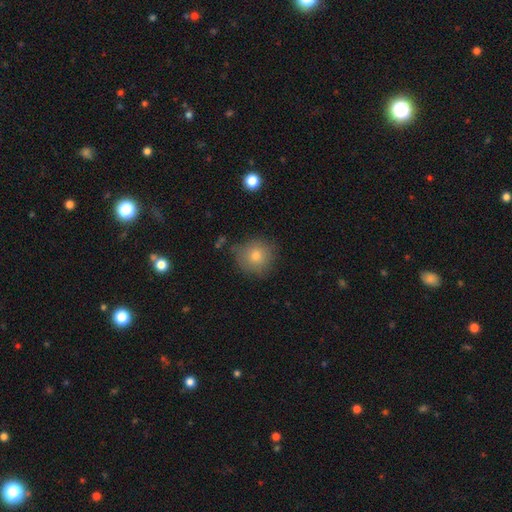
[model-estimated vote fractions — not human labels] smooth 78%, star or artifact 12%, featured or disk 11%. Down the decision tree: how rounded — round (92%); merging — none (79%).